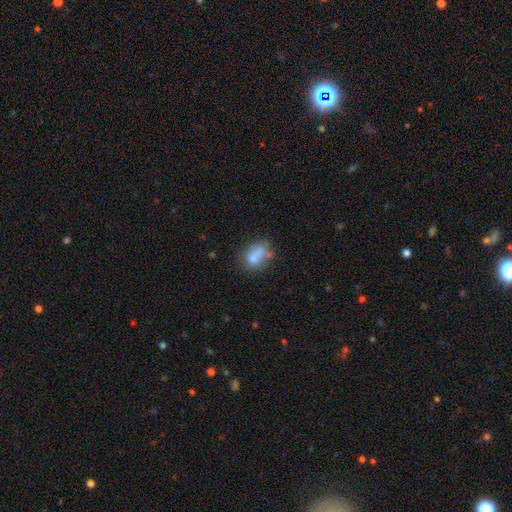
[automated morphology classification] The model was most divided on "merging": none: 37%, merger: 27%, minor disturbance: 22%, major disturbance: 14%. More confident: how rounded — in between (69%); smooth or featured — smooth (68%).